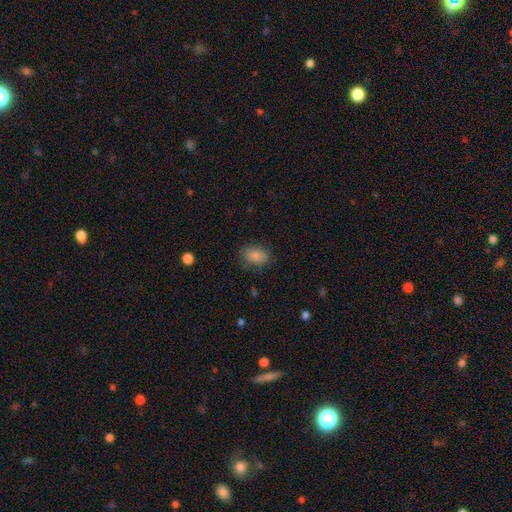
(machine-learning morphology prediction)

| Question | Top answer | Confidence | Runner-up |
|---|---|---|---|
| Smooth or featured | smooth | 86% | star or artifact (9%) |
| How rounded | in between | 82% | round (17%) |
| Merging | none | 79% | minor disturbance (16%) |